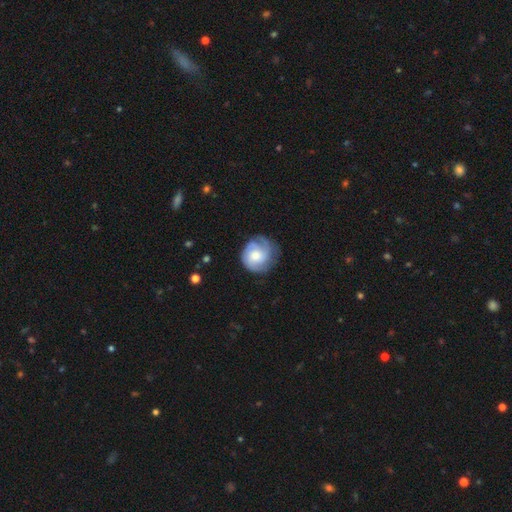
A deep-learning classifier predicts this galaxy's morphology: This appears to be a featured or disk galaxy (60%) with no bar (74%), tight (56%) spiral arms (89%) and a moderate central bulge (50%). Merging: none (69%).